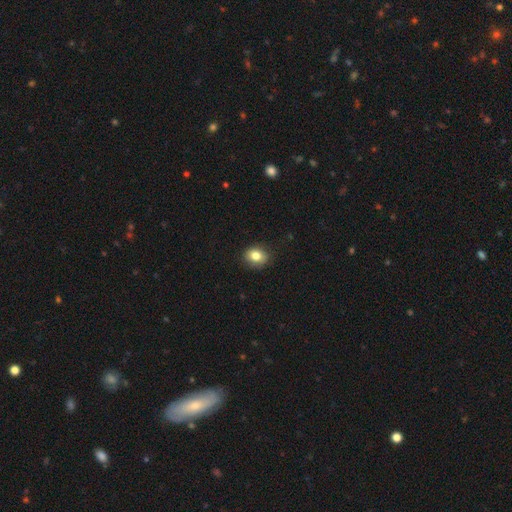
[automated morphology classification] smooth-or-featured: smooth: 82% | star or artifact: 10% | featured or disk: 8%
  how-rounded: round: 54% | in between: 45% | cigar-shaped: 1%
  merging: none: 84% | minor disturbance: 12% | major disturbance: 2% | merger: 1%